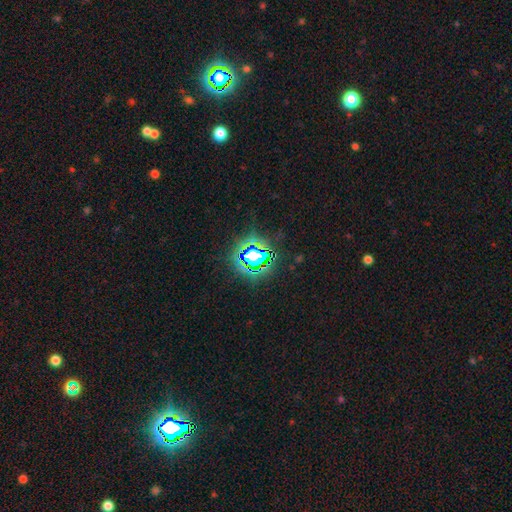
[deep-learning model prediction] Morphology: type=star or artifact (71%).